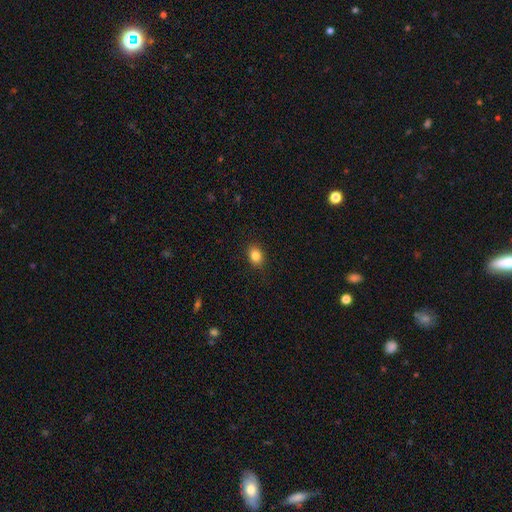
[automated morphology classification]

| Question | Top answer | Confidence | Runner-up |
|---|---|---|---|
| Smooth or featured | smooth | 84% | star or artifact (10%) |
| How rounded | in between | 60% | round (38%) |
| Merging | none | 87% | minor disturbance (9%) |